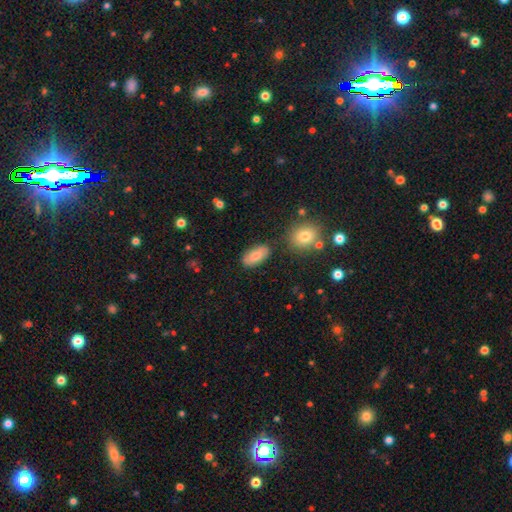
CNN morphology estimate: Smooth or featured? Predicted: smooth (p=0.77). How rounded? Predicted: in between (p=0.91). Merging? Predicted: none (p=0.81).